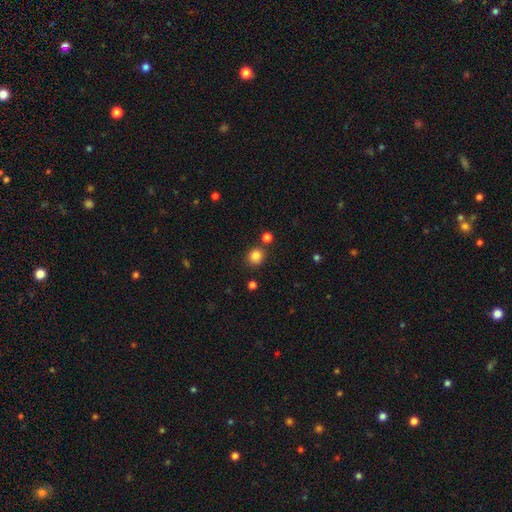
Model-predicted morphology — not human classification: smooth-or-featured: smooth: 83% | star or artifact: 12% | featured or disk: 5%
  how-rounded: round: 85% | in between: 14% | cigar-shaped: 1%
  merging: none: 81% | minor disturbance: 9% | merger: 8% | major disturbance: 3%